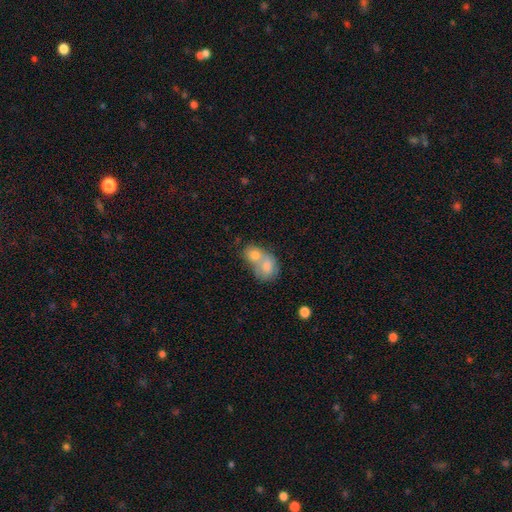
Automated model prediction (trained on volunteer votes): Q: Smooth or featured?
A: smooth (56%); runner-up: featured or disk (26%)
Q: How rounded?
A: round (52%); runner-up: in between (45%)
Q: Merging?
A: merger (59%); runner-up: none (28%)